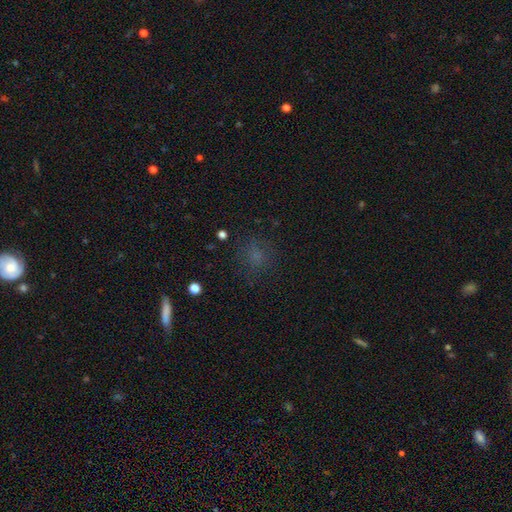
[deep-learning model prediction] Smooth or featured: smooth — 62% (star or artifact — 25%)
How rounded: round — 72% (in between — 25%)
Merging: none — 76% (minor disturbance — 14%)